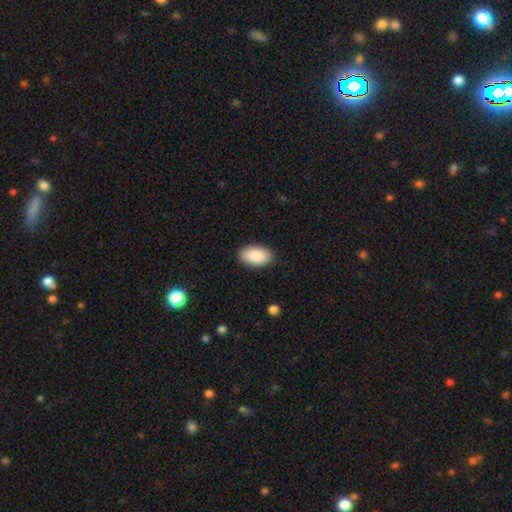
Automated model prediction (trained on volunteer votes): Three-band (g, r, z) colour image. It shows a smooth galaxy with no disk features (90%) that is in between round and cigar-shaped (95%). Merging: none (89%).